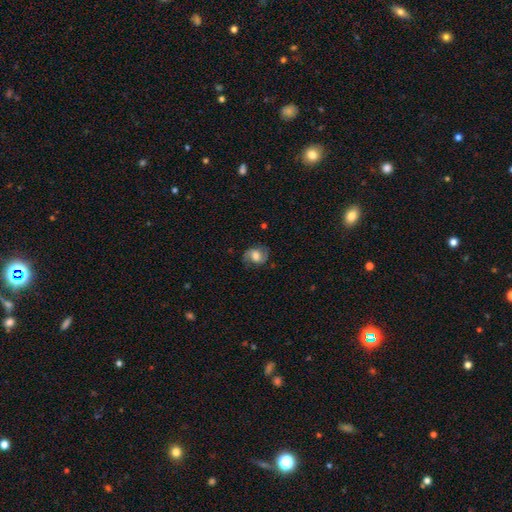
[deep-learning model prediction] smooth_or_featured: featured or disk (p=0.58) [alt: smooth p=0.33]
disk_edge_on: no (p=0.97) [alt: yes p=0.03]
bar: no (p=0.45) [alt: weak p=0.41]
has_spiral_arms: yes (p=0.89) [alt: no p=0.11]
bulge_size: moderate (p=0.50) [alt: large p=0.29]
merging: none (p=0.76) [alt: minor disturbance p=0.16]